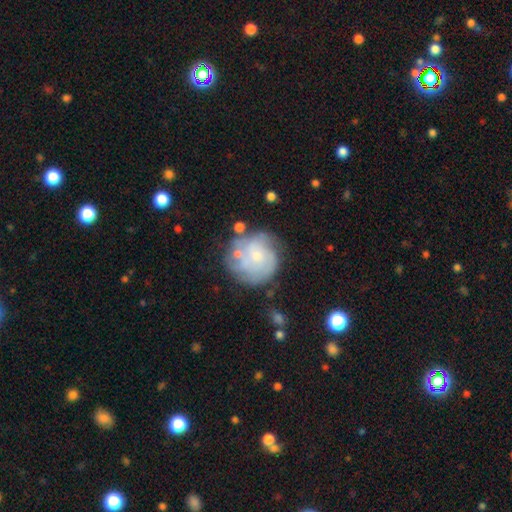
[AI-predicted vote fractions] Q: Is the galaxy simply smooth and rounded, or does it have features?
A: featured or disk — 57%.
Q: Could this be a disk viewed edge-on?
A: no — 98%.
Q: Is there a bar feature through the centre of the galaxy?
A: no — 81%.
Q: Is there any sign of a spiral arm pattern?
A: yes — 66%.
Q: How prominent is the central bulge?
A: small — 66%.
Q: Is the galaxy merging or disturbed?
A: none — 63%.